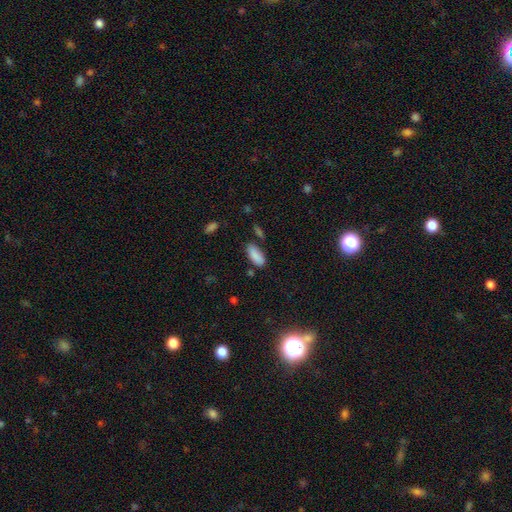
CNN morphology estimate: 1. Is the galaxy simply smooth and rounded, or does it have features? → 87% smooth, 7% star or artifact, 5% featured or disk.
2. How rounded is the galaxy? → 85% in between, 13% cigar-shaped, 2% round.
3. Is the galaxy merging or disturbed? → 74% none, 16% minor disturbance, 6% merger, 4% major disturbance.